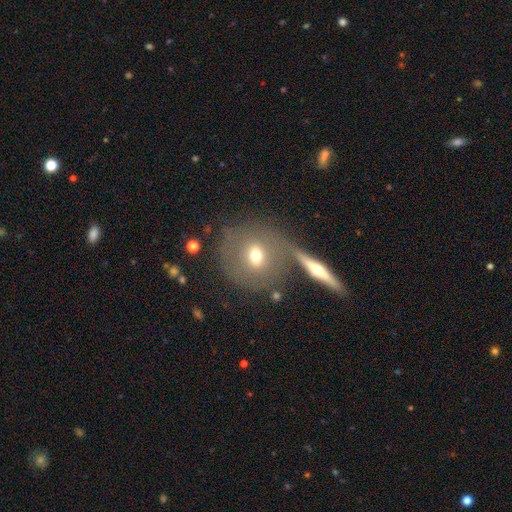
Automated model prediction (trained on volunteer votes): Smooth or featured?
  - smooth: 58% *
  - featured or disk: 30%
  - star or artifact: 12%
How rounded?
  - round: 78% *
  - in between: 20%
  - cigar-shaped: 2%
Merging?
  - none: 60% *
  - merger: 20%
  - minor disturbance: 12%
  - major disturbance: 7%